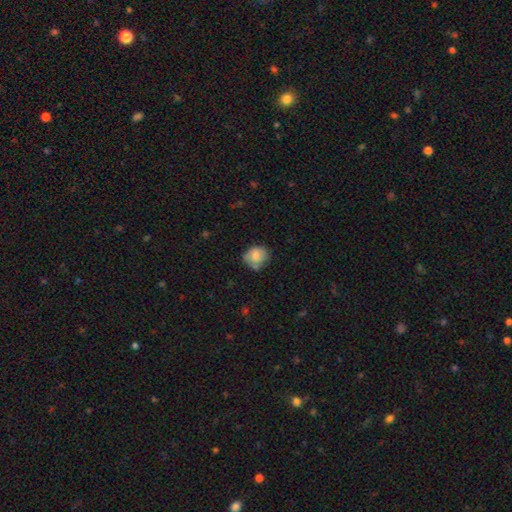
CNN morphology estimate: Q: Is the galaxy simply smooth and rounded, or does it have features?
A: smooth — 71%.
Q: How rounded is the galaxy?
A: round — 71%.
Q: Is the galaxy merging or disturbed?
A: none — 59%.